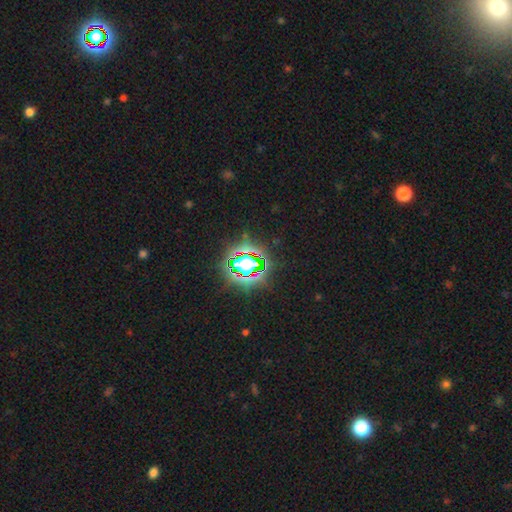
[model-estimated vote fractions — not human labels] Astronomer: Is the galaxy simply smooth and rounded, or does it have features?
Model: star or artifact — 75%.